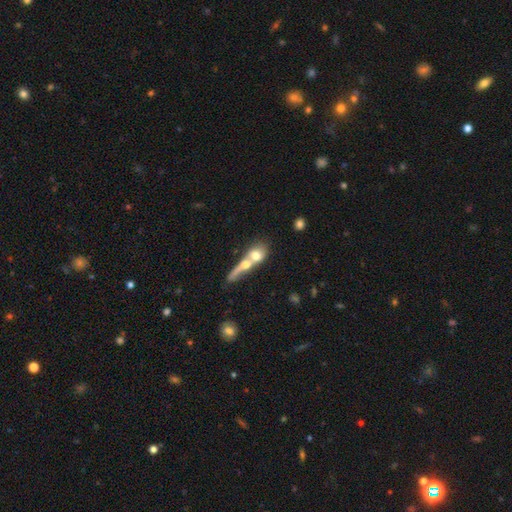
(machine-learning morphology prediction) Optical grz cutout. It shows a smooth galaxy with no disk features (58%) that is in between round and cigar-shaped (39%). Merging: merger (72%).